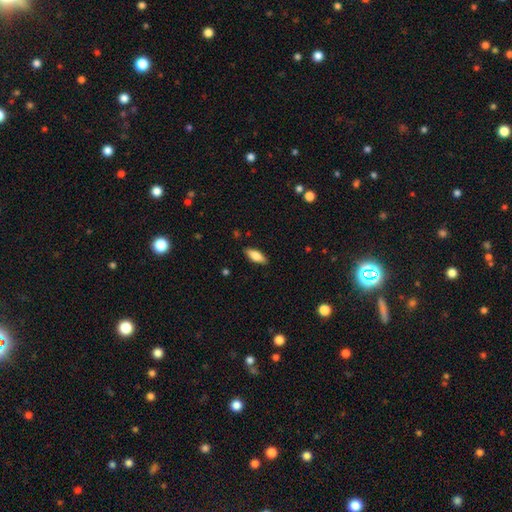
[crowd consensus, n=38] A smooth galaxy with no disk features (76%) that is in between round and cigar-shaped (76%). Merging: none (81%).